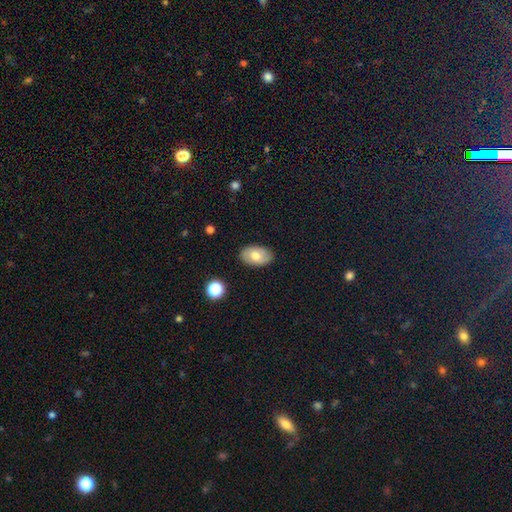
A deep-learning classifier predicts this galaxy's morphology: Smooth or featured? smooth (71%)
How rounded? in between (91%)
Merging? none (86%)